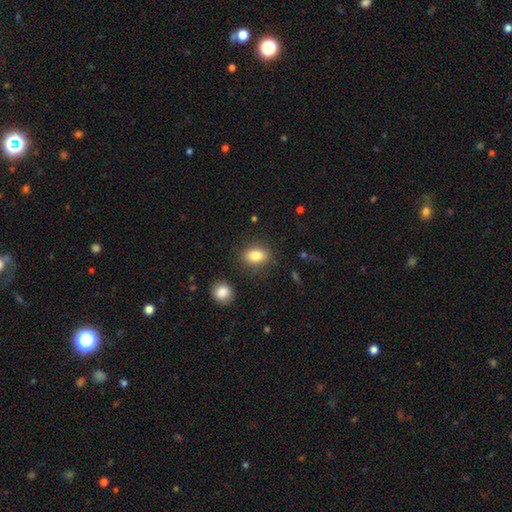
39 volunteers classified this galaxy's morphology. smooth-or-featured: smooth: 85% | featured or disk: 8% | star or artifact: 8%
  how-rounded: in between: 61% | round: 39% | cigar-shaped: 0%
  merging: none: 86% | minor disturbance: 11% | major disturbance: 3% | merger: 0%